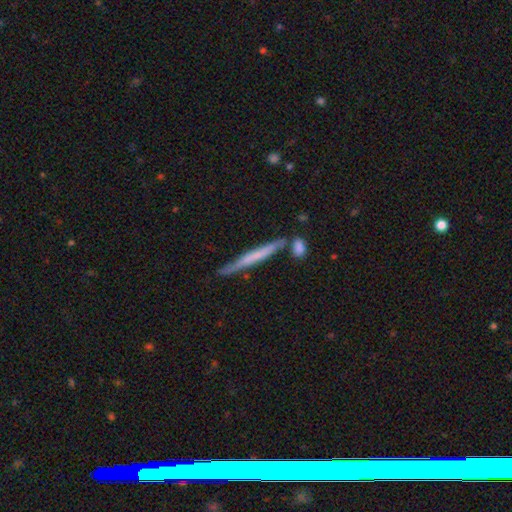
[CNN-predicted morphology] A smooth galaxy with no disk features (47%, tied with featured or disk).

Vote fractions:
- Smooth or featured? smooth: 47% (tied) / featured or disk: 47% (tied) / star or artifact: 6%
- Merging? none: 74% / minor disturbance: 14% / merger: 9% / major disturbance: 3%